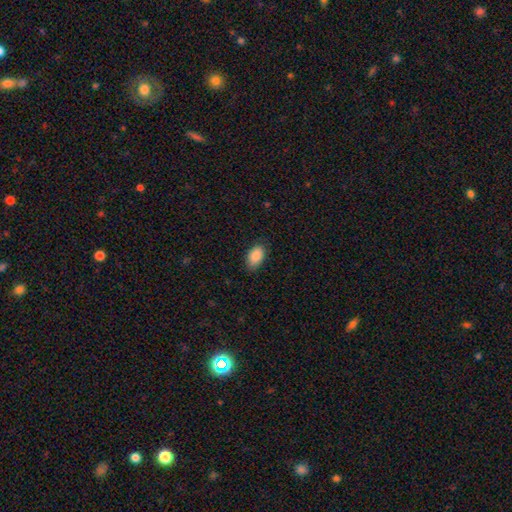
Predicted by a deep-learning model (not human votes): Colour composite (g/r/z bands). It shows a smooth galaxy with no disk features (89%) that is in between round and cigar-shaped (93%). Merging: none (81%).